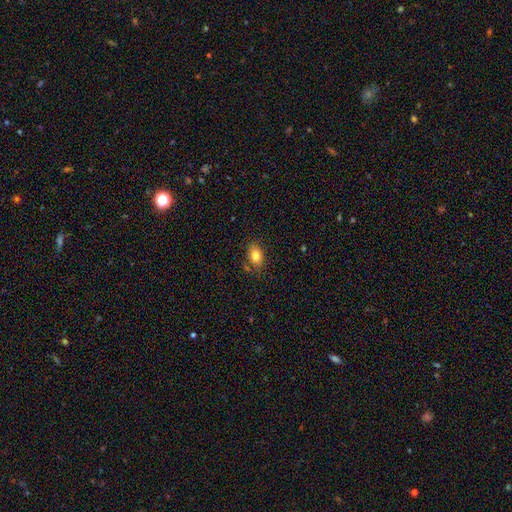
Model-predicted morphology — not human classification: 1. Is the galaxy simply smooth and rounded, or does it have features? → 80% smooth, 11% featured or disk, 9% star or artifact.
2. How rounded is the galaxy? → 82% in between, 15% round, 2% cigar-shaped.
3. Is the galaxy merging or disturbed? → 74% none, 17% minor disturbance, 4% merger, 4% major disturbance.